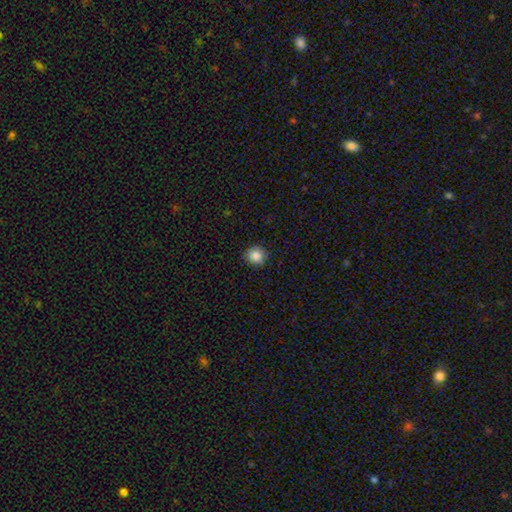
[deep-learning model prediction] Smooth or featured: smooth — 85% (star or artifact — 10%)
How rounded: round — 90% (in between — 9%)
Merging: none — 88% (minor disturbance — 9%)